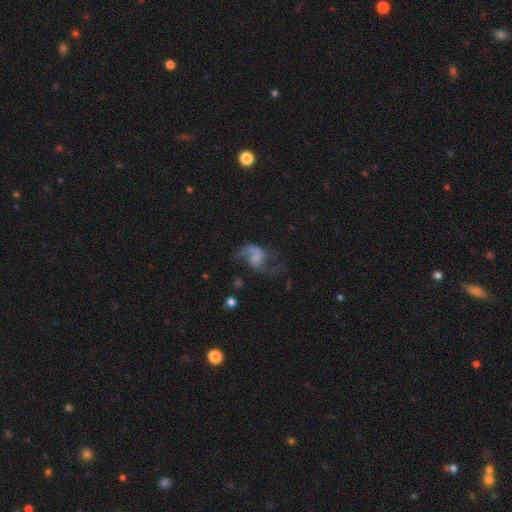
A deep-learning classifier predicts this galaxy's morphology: smooth_or_featured: featured or disk (p=0.69) [alt: smooth p=0.21]
disk_edge_on: no (p=0.98) [alt: yes p=0.02]
bar: no (p=0.63) [alt: weak p=0.30]
has_spiral_arms: yes (p=0.87) [alt: no p=0.13]
spiral_winding: loose (p=0.72) [alt: medium p=0.24]
spiral_arm_count: 2 (p=0.67) [alt: 1 p=0.27]
bulge_size: none (p=0.54) [alt: small p=0.21]
merging: none (p=0.39) [alt: major disturbance p=0.38]